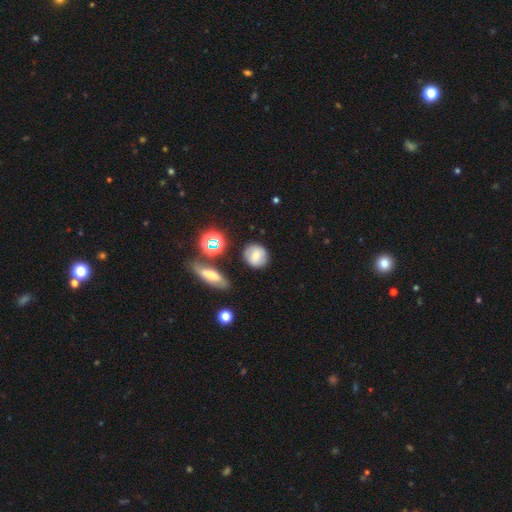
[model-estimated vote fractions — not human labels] smooth_or_featured: smooth (p=0.65) [alt: featured or disk p=0.23]
how_rounded: round (p=0.84) [alt: in between p=0.14]
merging: none (p=0.81) [alt: minor disturbance p=0.12]